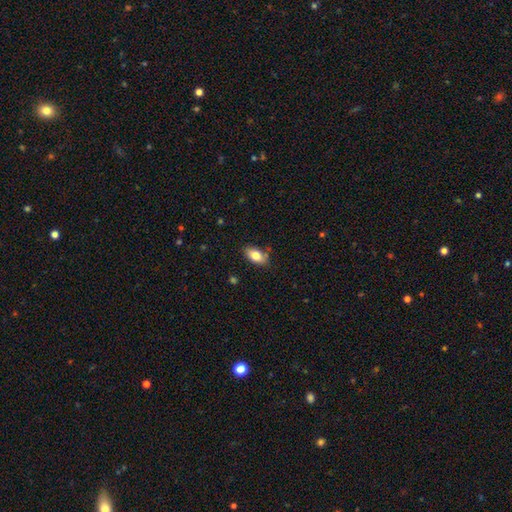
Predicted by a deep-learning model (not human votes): This is likely a smooth galaxy (80%). How rounded: clearly in between (91%). Merging: clearly none (81%).